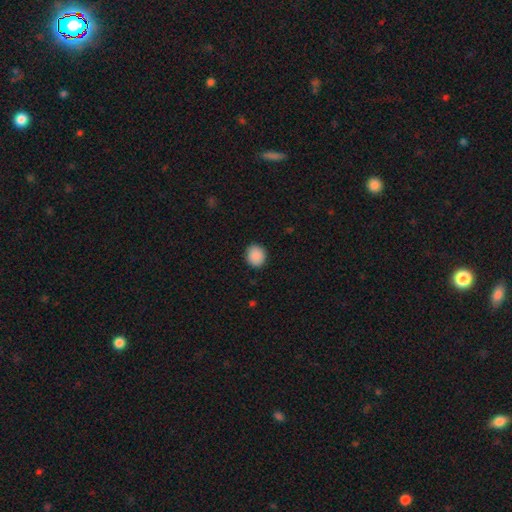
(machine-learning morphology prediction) type=smooth (90%); roundness=round (81%); merging=none (90%).